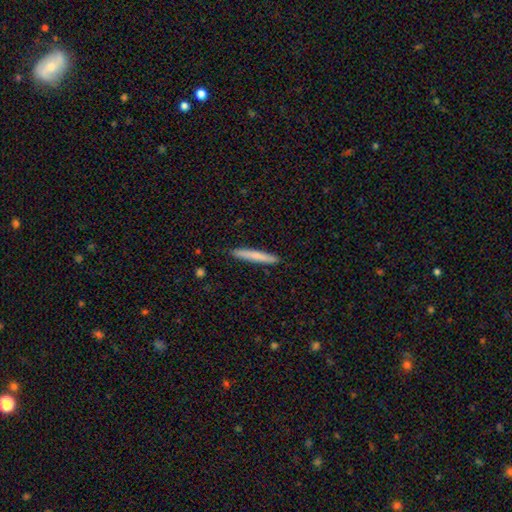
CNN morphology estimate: type=smooth (74%); roundness=cigar-shaped (96%); merging=none (91%).